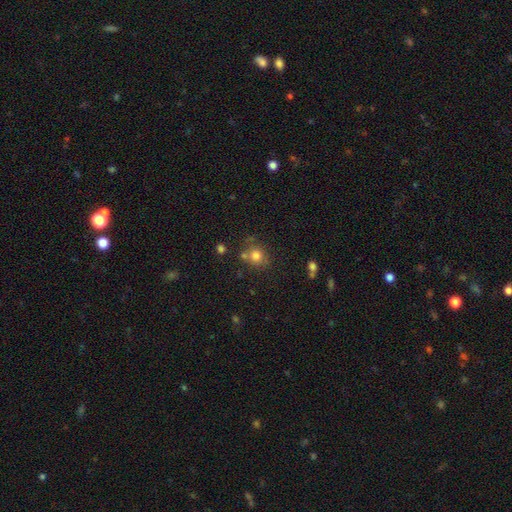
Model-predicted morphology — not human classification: The model was most divided on "merging": none: 65%, merger: 17%, minor disturbance: 13%, major disturbance: 5%. More confident: how rounded — round (83%); smooth or featured — smooth (78%).